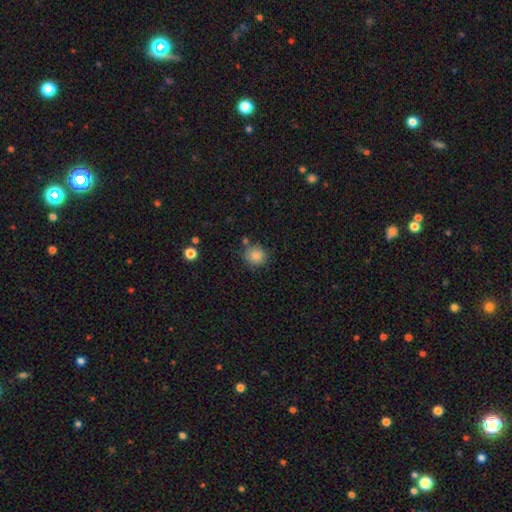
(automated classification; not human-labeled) smooth-or-featured: smooth: 85% | star or artifact: 10% | featured or disk: 5%
  how-rounded: round: 88% | in between: 11% | cigar-shaped: 1%
  merging: none: 78% | minor disturbance: 12% | merger: 7% | major disturbance: 3%